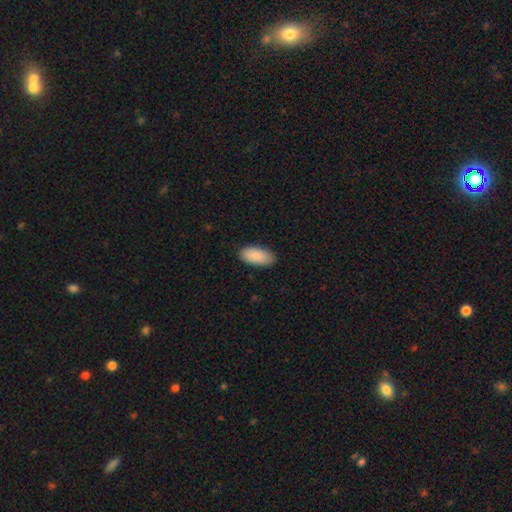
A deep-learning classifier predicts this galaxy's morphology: Smooth or featured? smooth (90%)
How rounded? in between (94%)
Merging? none (87%)